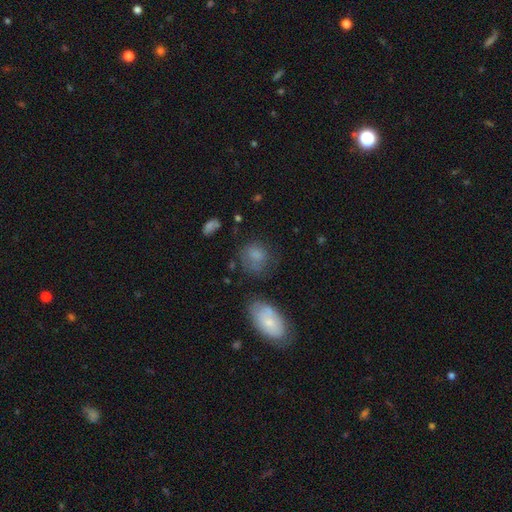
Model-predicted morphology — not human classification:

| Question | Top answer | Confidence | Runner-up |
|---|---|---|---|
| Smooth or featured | smooth | 72% | featured or disk (16%) |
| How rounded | round | 62% | in between (36%) |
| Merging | none | 52% | minor disturbance (24%) |